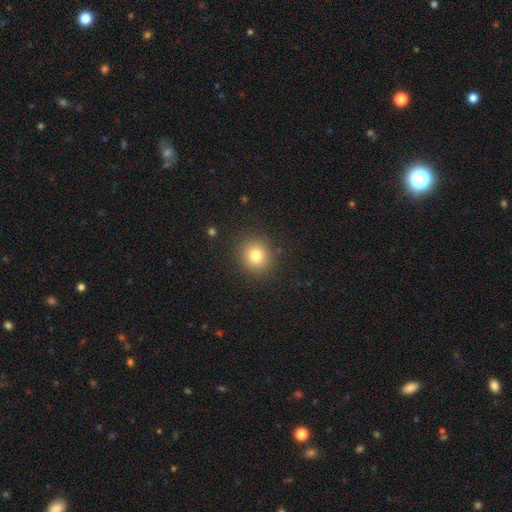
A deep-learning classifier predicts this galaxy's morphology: This is likely a smooth galaxy (79%). How rounded: clearly round (85%). Merging: clearly none (88%).